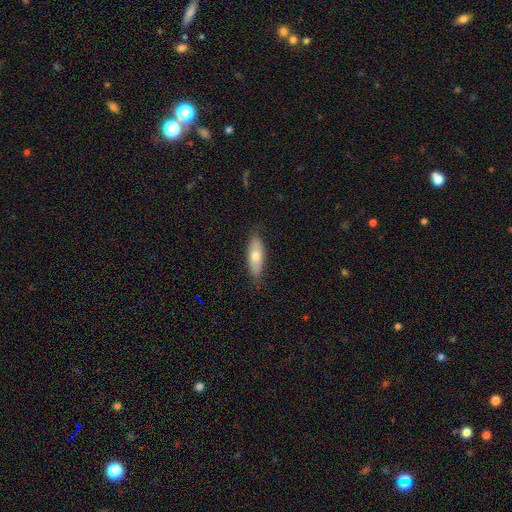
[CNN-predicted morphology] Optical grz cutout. It shows a smooth galaxy with no disk features (65%) that is in between round and cigar-shaped (66%). Merging: none (83%).